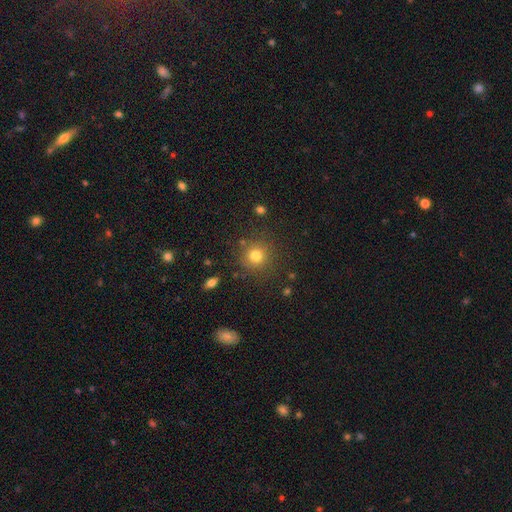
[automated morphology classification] smooth_or_featured: smooth (p=0.79) [alt: star or artifact p=0.14]
how_rounded: round (p=0.91) [alt: in between p=0.08]
merging: none (p=0.84) [alt: minor disturbance p=0.09]